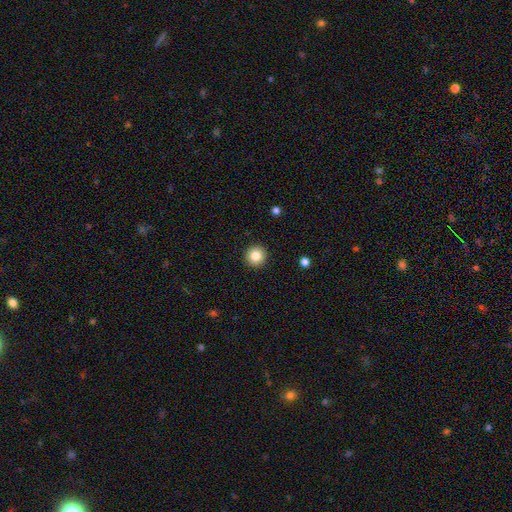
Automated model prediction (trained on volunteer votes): smooth 84%, star or artifact 10%, featured or disk 6%. Down the decision tree: how rounded — round (96%); merging — none (93%).